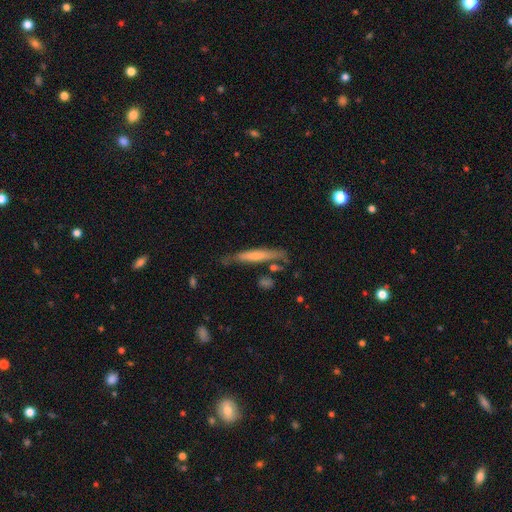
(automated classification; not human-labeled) A smooth galaxy with no disk features (49%).

Vote fractions:
- Smooth or featured? smooth: 49% / featured or disk: 45% / star or artifact: 6%
- Merging? none: 67% / minor disturbance: 20% / merger: 7% / major disturbance: 6%